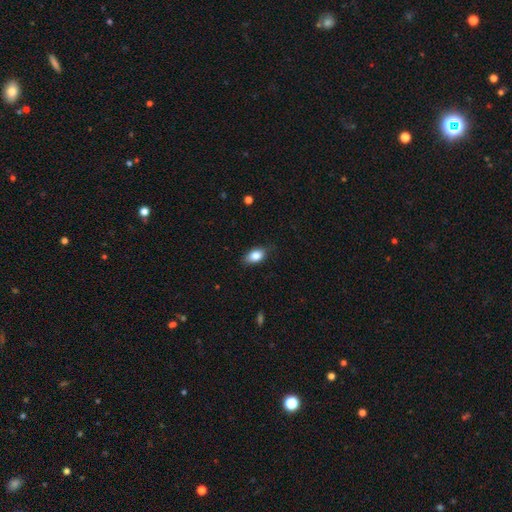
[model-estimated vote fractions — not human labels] A smooth galaxy with no disk features (83%) that is in between round and cigar-shaped (87%).

Vote fractions:
- Smooth or featured? smooth: 83% / featured or disk: 9% / star or artifact: 8%
- How rounded? in between: 87% / round: 9% / cigar-shaped: 3%
- Merging? none: 79% / minor disturbance: 17% / major disturbance: 3% / merger: 1%